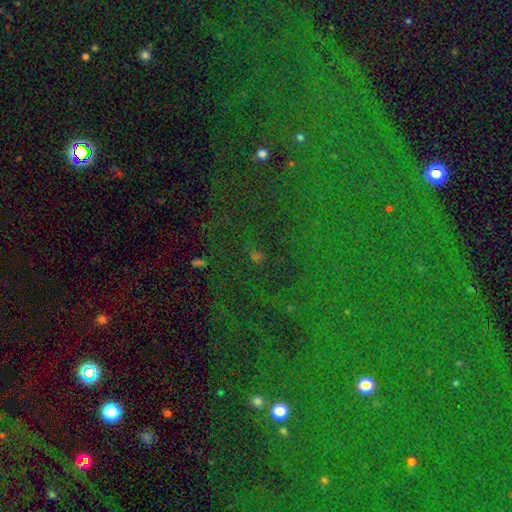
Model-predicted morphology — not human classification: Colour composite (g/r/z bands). It shows a star or artifact, not a galaxy (71%).